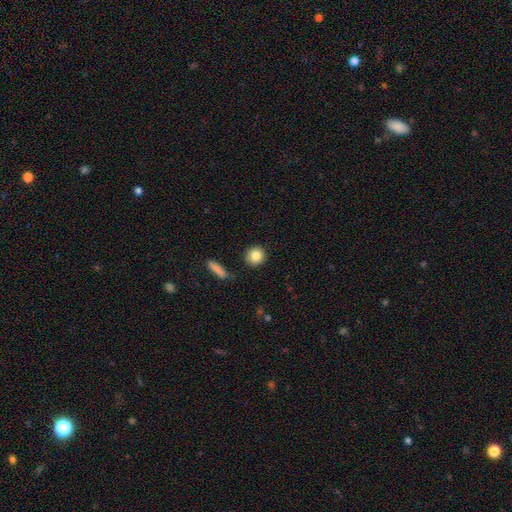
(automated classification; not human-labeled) The model was most divided on "smooth or featured": smooth: 84%, star or artifact: 8%, featured or disk: 8%. More confident: how rounded — round (90%); merging — none (89%).